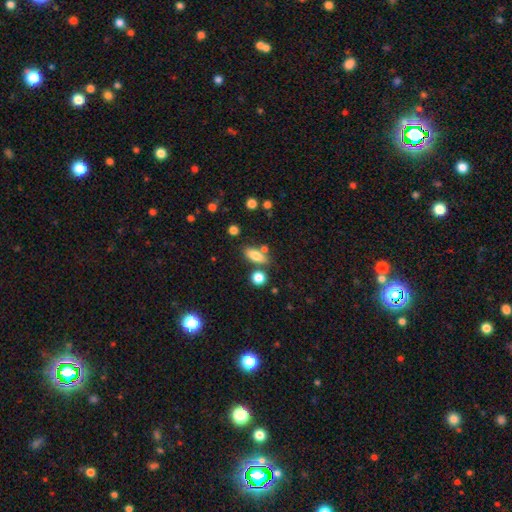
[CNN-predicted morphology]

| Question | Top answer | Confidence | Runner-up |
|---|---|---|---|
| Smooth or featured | smooth | 79% | featured or disk (11%) |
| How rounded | in between | 71% | cigar-shaped (24%) |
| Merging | none | 71% | minor disturbance (13%) |